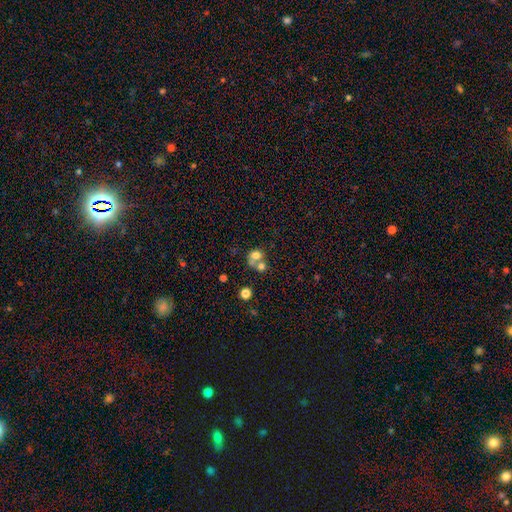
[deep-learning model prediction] Smooth or featured?
  - smooth: 69% *
  - featured or disk: 19%
  - star or artifact: 12%
How rounded?
  - round: 70% *
  - in between: 29%
  - cigar-shaped: 1%
Merging?
  - merger: 60% *
  - none: 28%
  - minor disturbance: 7%
  - major disturbance: 5%